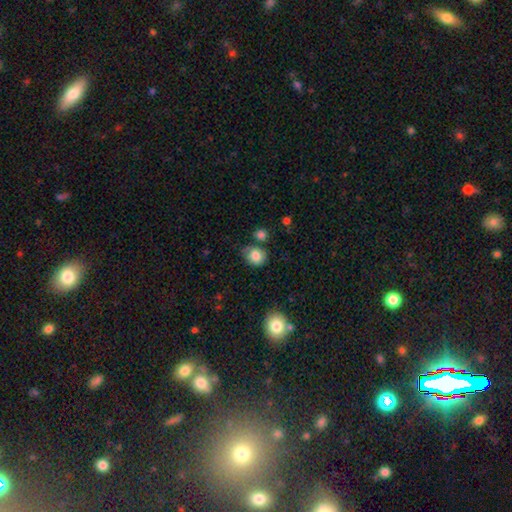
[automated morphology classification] type=smooth (83%); roundness=round (75%); merging=none (65%).